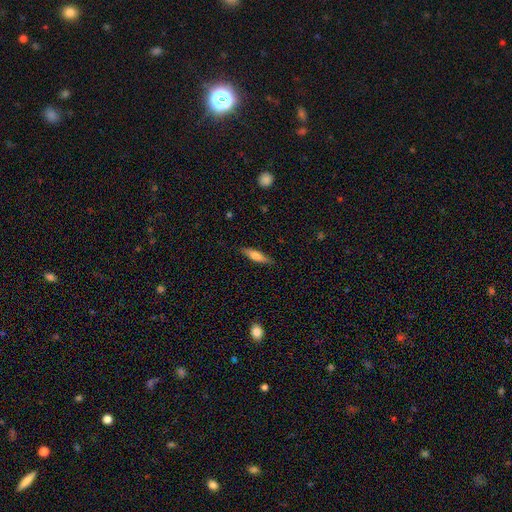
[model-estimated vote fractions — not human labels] Smooth or featured?
  - smooth: 68% *
  - featured or disk: 26%
  - star or artifact: 6%
How rounded?
  - cigar-shaped: 71% *
  - in between: 27%
  - round: 2%
Merging?
  - none: 86% *
  - minor disturbance: 10%
  - major disturbance: 2%
  - merger: 1%